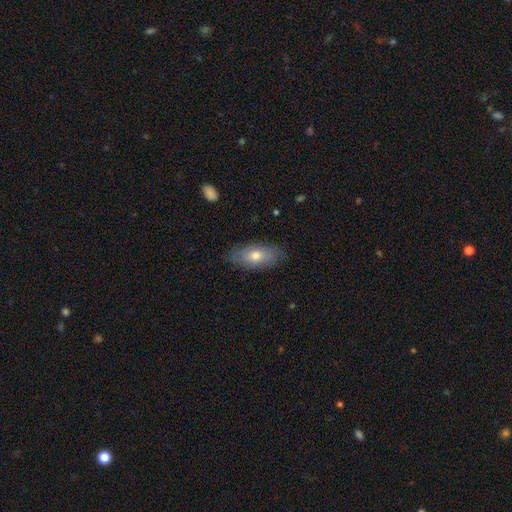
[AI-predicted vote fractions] Smooth or featured? Predicted: smooth (p=0.67). How rounded? Predicted: in between (p=0.87). Merging? Predicted: none (p=0.82).